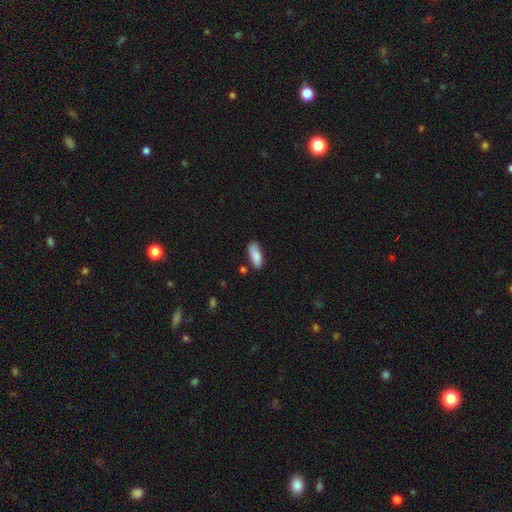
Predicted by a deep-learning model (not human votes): Smooth or featured? Predicted: smooth (p=0.87). How rounded? Predicted: in between (p=0.76). Merging? Predicted: none (p=0.73).